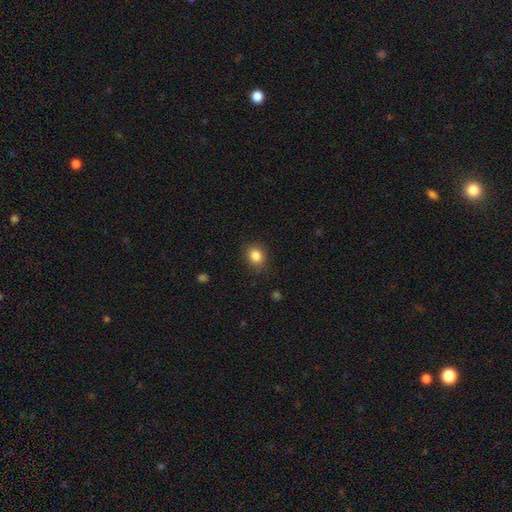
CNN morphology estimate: Smooth or featured? smooth (85%)
How rounded? round (59%)
Merging? none (83%)